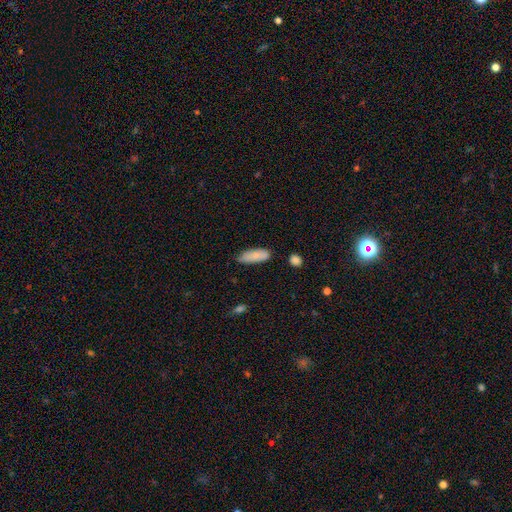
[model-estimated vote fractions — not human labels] The model was most divided on "how rounded": in between: 70%, cigar-shaped: 28%, round: 2%. More confident: smooth or featured — smooth (82%); merging — none (69%).